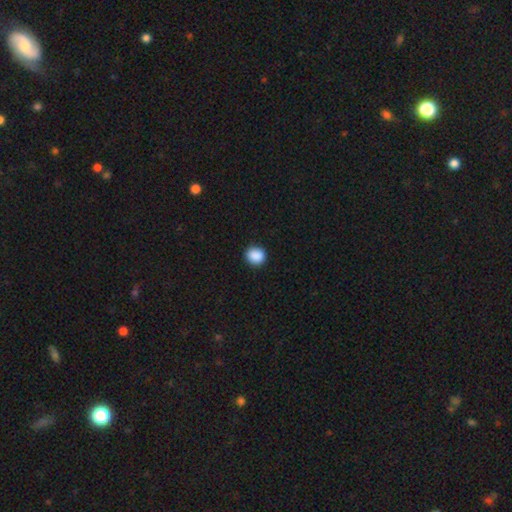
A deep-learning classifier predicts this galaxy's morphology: Overall: smooth (89%). How rounded: round (82%). Merging: none (91%).